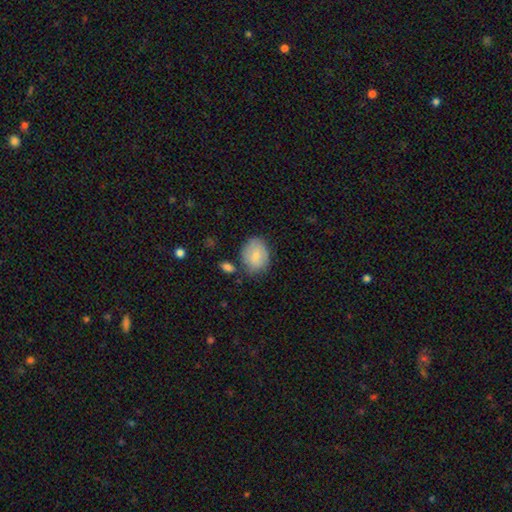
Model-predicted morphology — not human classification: smooth 76%, featured or disk 17%, star or artifact 7%. Down the decision tree: how rounded — in between (55%); merging — none (66%).